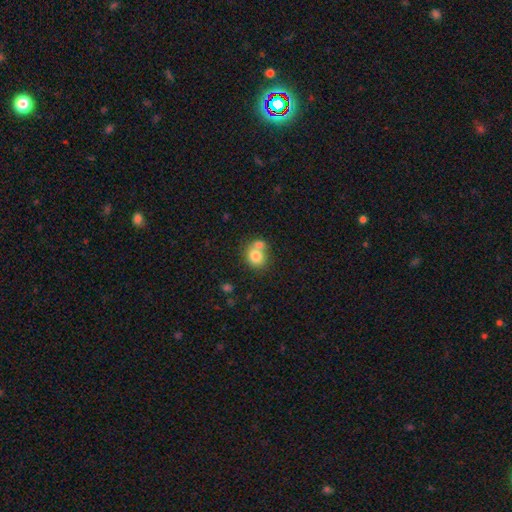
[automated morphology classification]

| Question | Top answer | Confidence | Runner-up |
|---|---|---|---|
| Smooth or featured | smooth | 78% | featured or disk (12%) |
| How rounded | round | 72% | in between (27%) |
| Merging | merger | 47% | none (40%) |